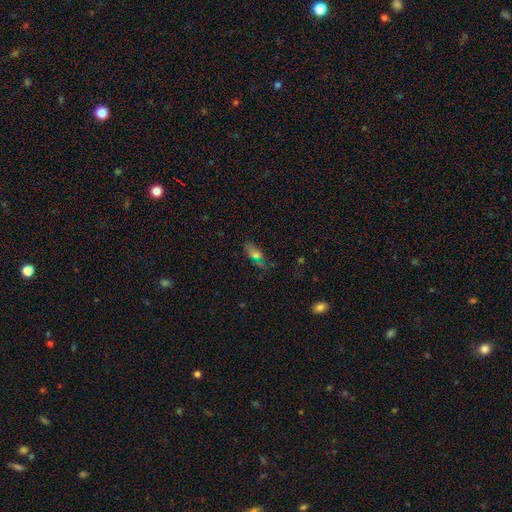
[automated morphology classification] The model was most divided on "smooth or featured": smooth: 58%, star or artifact: 26%, featured or disk: 16%. More confident: how rounded — in between (76%); merging — none (69%).